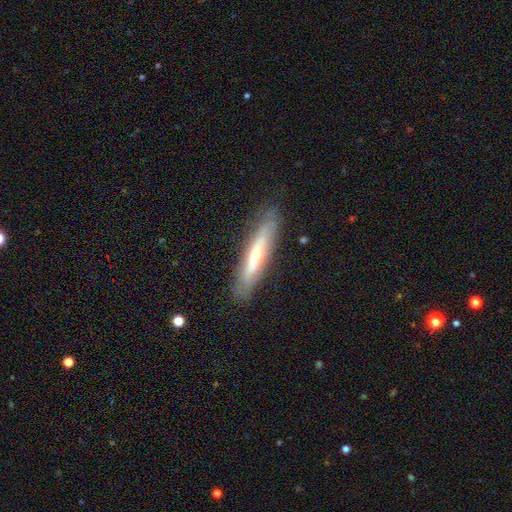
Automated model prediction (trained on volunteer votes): Smooth or featured?
  - featured or disk: 57% *
  - smooth: 34%
  - star or artifact: 8%
Edge-on disk?
  - yes: 76% *
  - no: 24%
Merging?
  - none: 86% *
  - minor disturbance: 11%
  - major disturbance: 2%
  - merger: 1%